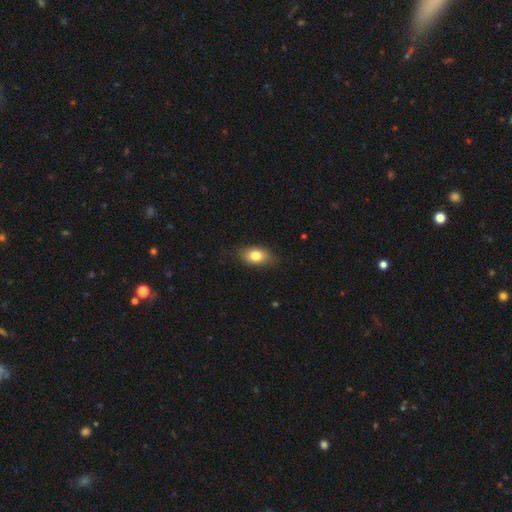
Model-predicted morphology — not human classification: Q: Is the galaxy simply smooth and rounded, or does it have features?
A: smooth — 79%.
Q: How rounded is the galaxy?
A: in between — 85%.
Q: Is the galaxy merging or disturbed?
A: none — 79%.